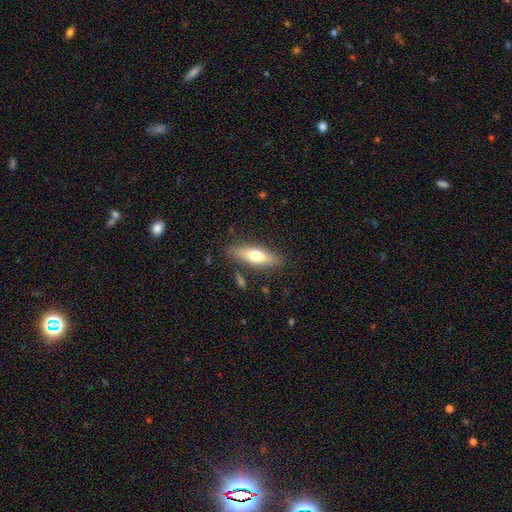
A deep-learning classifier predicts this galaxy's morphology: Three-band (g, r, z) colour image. It shows a smooth galaxy with no disk features (61%) that is cigar-shaped (51%). Merging: none (83%).